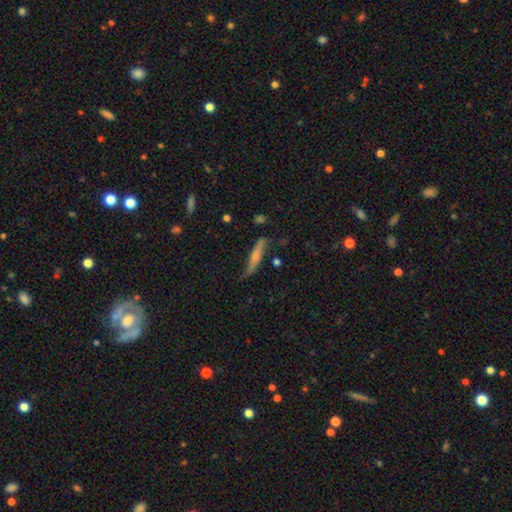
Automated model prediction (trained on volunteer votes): Smooth or featured: smooth — 48% (featured or disk — 45%)
Merging: none — 60% (minor disturbance — 28%)